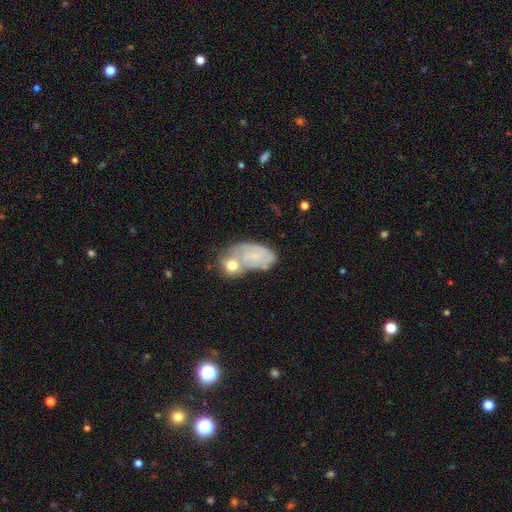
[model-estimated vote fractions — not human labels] featured or disk 49%, smooth 42%, star or artifact 9%. Down the decision tree: merging — merger (37%).